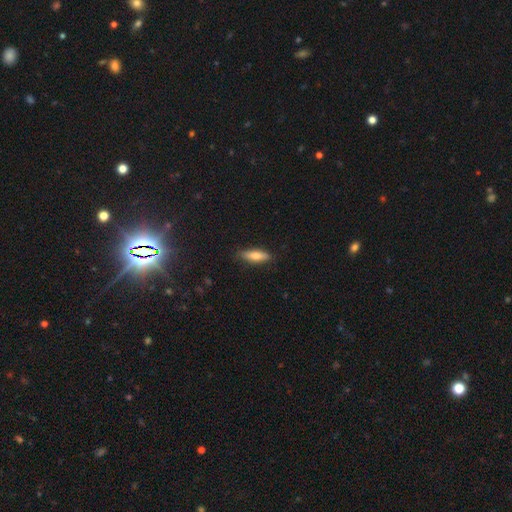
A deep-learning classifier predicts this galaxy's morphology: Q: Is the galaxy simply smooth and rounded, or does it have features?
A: smooth — 76%.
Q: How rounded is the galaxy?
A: in between — 55%.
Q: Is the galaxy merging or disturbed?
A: none — 85%.